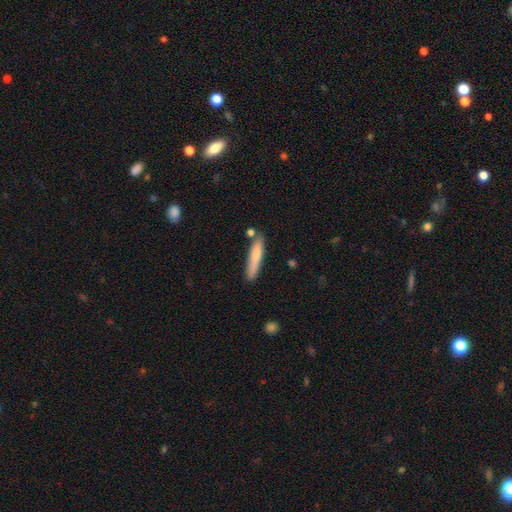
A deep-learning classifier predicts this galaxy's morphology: smooth 73%, featured or disk 21%, star or artifact 6%. Down the decision tree: how rounded — cigar-shaped (90%); merging — none (77%).